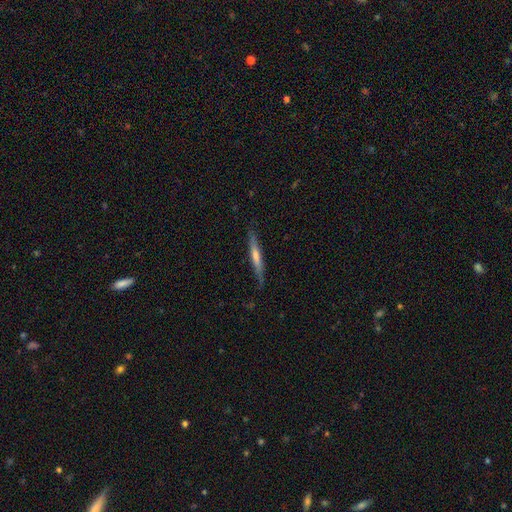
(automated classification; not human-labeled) This is possibly a featured or disk galaxy (51%). It is clearly viewed edge-on (93%). Merging: clearly none (81%).